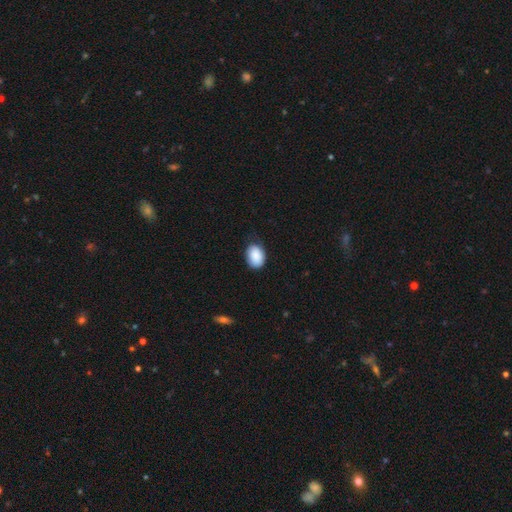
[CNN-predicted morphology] smooth-or-featured: smooth: 89% | star or artifact: 7% | featured or disk: 5%
  how-rounded: in between: 80% | round: 19% | cigar-shaped: 1%
  merging: none: 64% | minor disturbance: 29% | major disturbance: 6% | merger: 1%